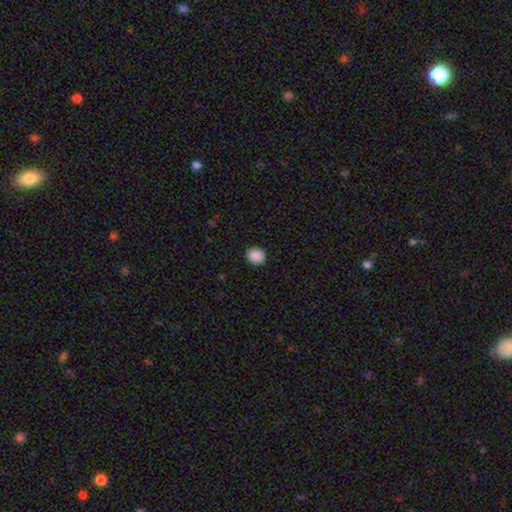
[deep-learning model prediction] smooth_or_featured: smooth (p=0.89) [alt: star or artifact p=0.08]
how_rounded: round (p=0.72) [alt: in between p=0.27]
merging: none (p=0.91) [alt: minor disturbance p=0.06]